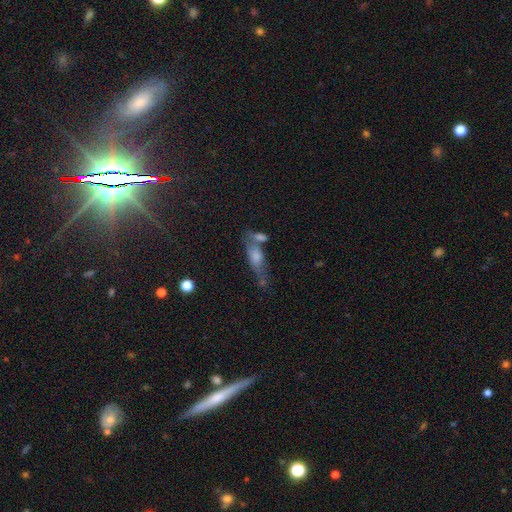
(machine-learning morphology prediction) This is possibly a smooth galaxy (54%). How rounded: possibly in between (54%). Merging: marginally none (43%).